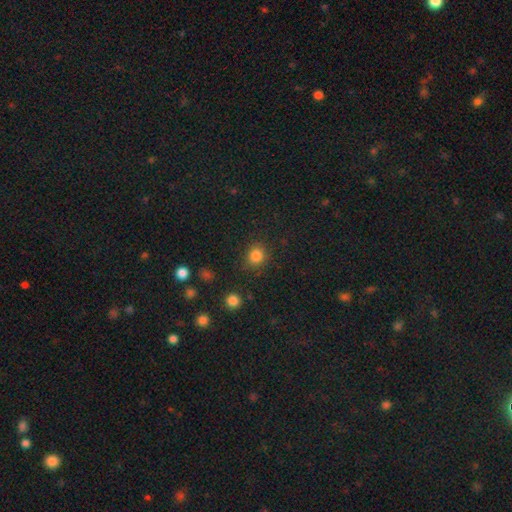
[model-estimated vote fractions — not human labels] This appears to be a smooth galaxy with no disk features (83%) that is round (78%). Merging: none (85%).